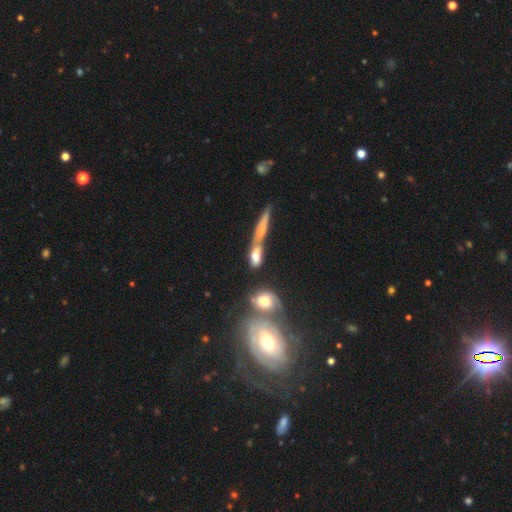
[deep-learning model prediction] Overall: smooth (61%; featured or disk 29%). How rounded: in between (55%; cigar-shaped 35%). Merging: merger (48%; none 31%).